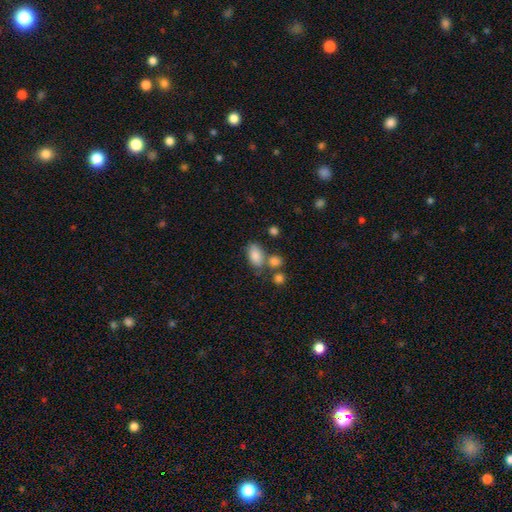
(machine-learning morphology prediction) A smooth galaxy with no disk features (84%) that is in between round and cigar-shaped (90%). Merging: none (55%).